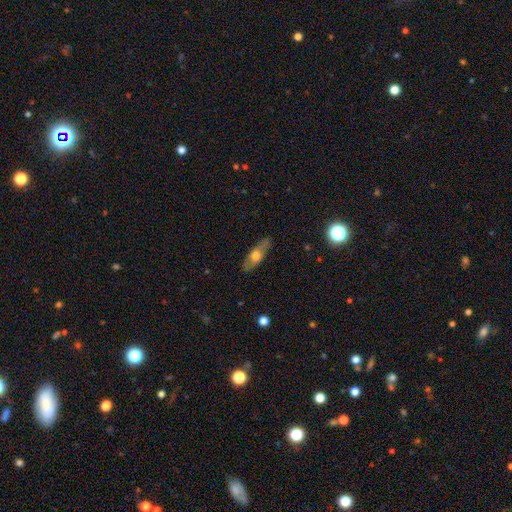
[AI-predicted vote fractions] Q: Smooth or featured?
A: smooth (52%); runner-up: featured or disk (42%)
Q: How rounded?
A: in between (61%); runner-up: cigar-shaped (35%)
Q: Merging?
A: none (82%); runner-up: minor disturbance (14%)